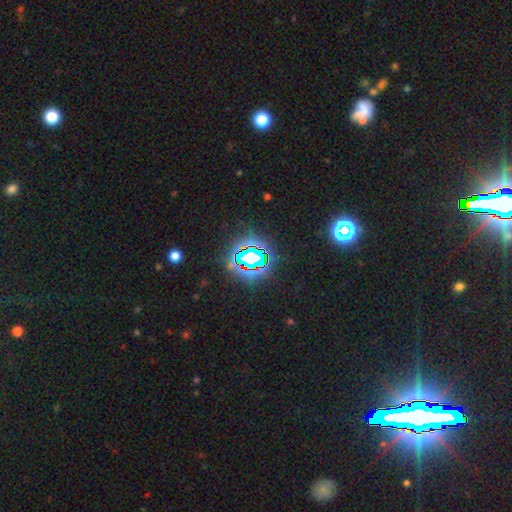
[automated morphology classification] A star or artifact, not a galaxy (75%).

Vote fractions:
- Smooth or featured? star or artifact: 75% / smooth: 14% / featured or disk: 11%